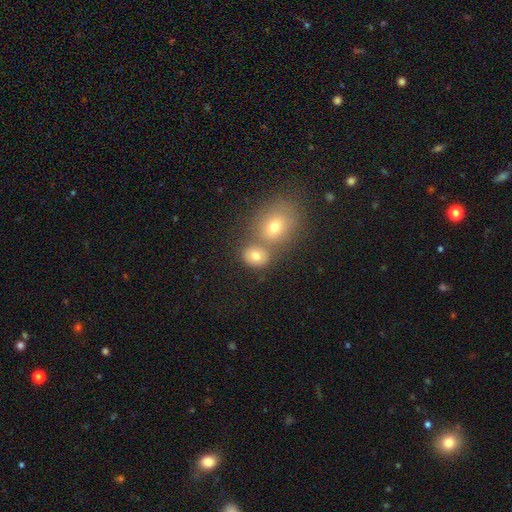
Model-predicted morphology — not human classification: A smooth galaxy with no disk features (74%) that is round (65%).

Vote fractions:
- Smooth or featured? smooth: 74% / star or artifact: 14% / featured or disk: 12%
- How rounded? round: 65% / in between: 34% / cigar-shaped: 1%
- Merging? none: 57% / merger: 30% / minor disturbance: 10% / major disturbance: 4%